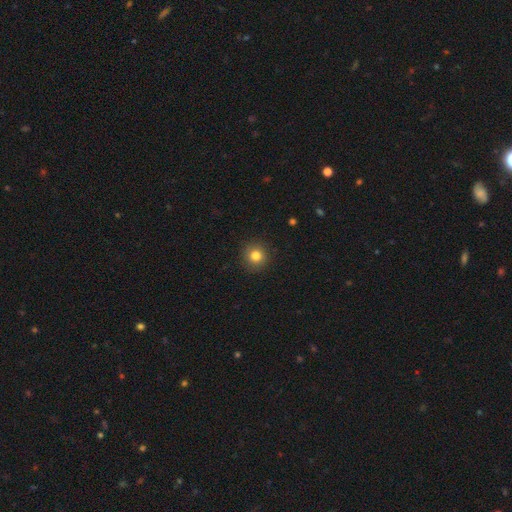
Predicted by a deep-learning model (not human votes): Overall: smooth (82%). How rounded: round (92%). Merging: none (91%).